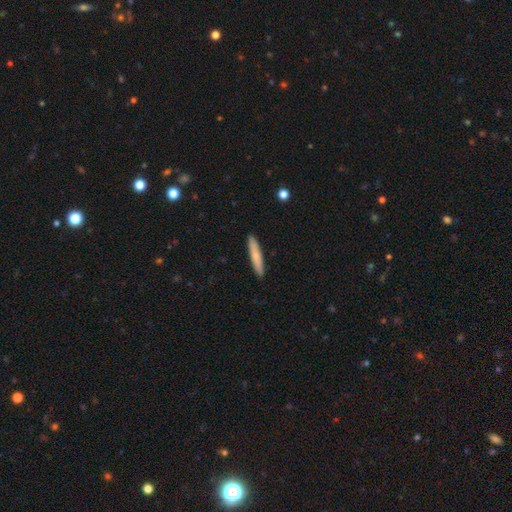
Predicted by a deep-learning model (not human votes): smooth 74%, featured or disk 21%, star or artifact 5%. Down the decision tree: how rounded — cigar-shaped (93%); merging — none (91%).